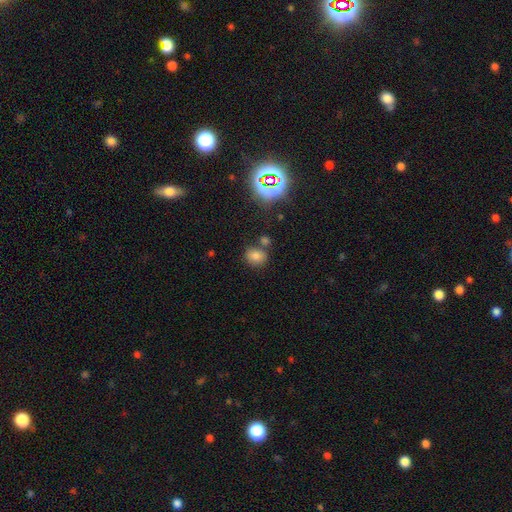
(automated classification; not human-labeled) Overall: smooth (74%). How rounded: round (63%; in between 36%). Merging: none (68%).